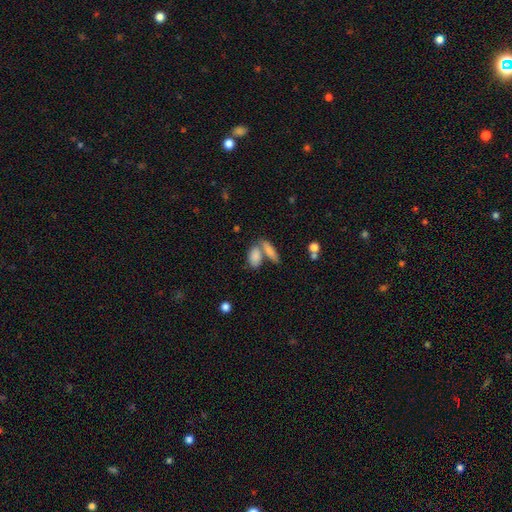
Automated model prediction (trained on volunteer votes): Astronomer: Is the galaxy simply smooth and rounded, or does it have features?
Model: smooth — 83%.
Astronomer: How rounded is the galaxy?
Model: in between — 84%.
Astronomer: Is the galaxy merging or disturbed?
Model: merger — 48% (runner-up: none, 38%).